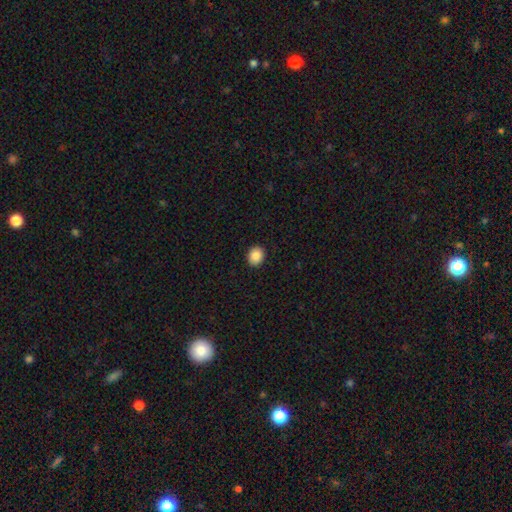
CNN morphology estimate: This is clearly a smooth galaxy (88%). How rounded: likely round (66%). Merging: clearly none (91%).